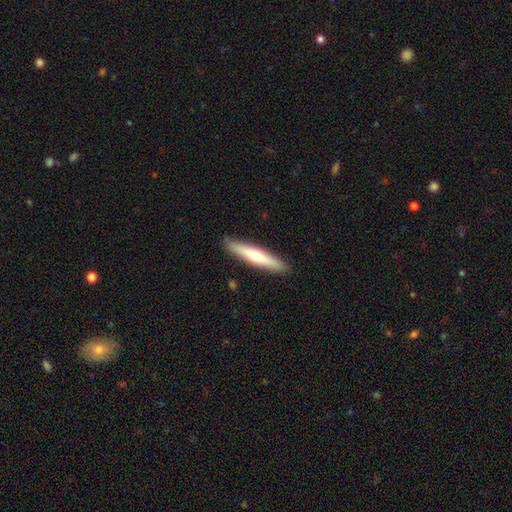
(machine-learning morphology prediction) A smooth galaxy with no disk features (51%) that is cigar-shaped (90%).

Vote fractions:
- Smooth or featured? smooth: 51% / featured or disk: 44% / star or artifact: 5%
- How rounded? cigar-shaped: 90% / in between: 9% / round: 1%
- Merging? none: 90% / minor disturbance: 8% / major disturbance: 1% / merger: 1%